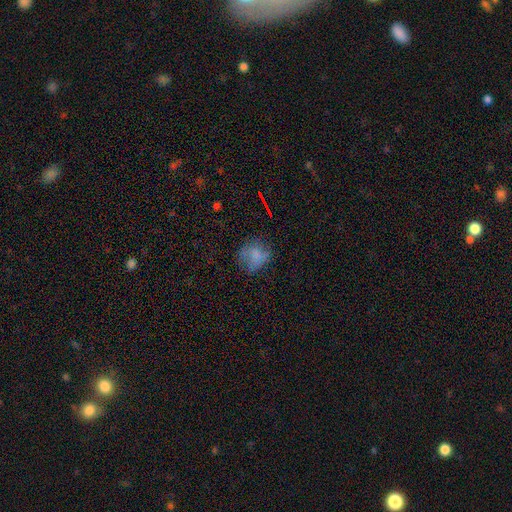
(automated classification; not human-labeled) Q: Smooth or featured?
A: smooth (63%); runner-up: featured or disk (22%)
Q: How rounded?
A: round (66%); runner-up: in between (33%)
Q: Merging?
A: none (57%); runner-up: minor disturbance (25%)